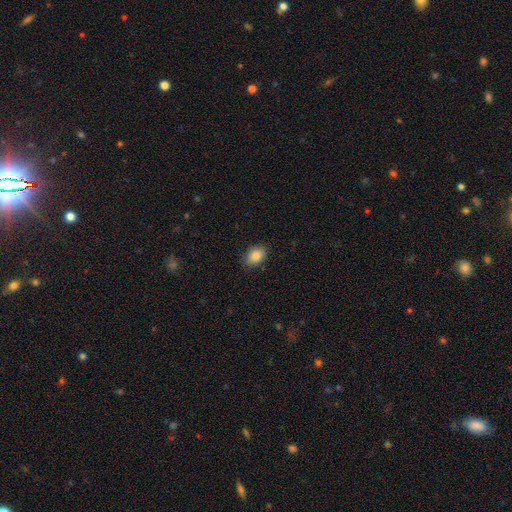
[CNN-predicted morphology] This appears to be a smooth galaxy with no disk features (85%) that is in between round and cigar-shaped (80%). Merging: none (87%).